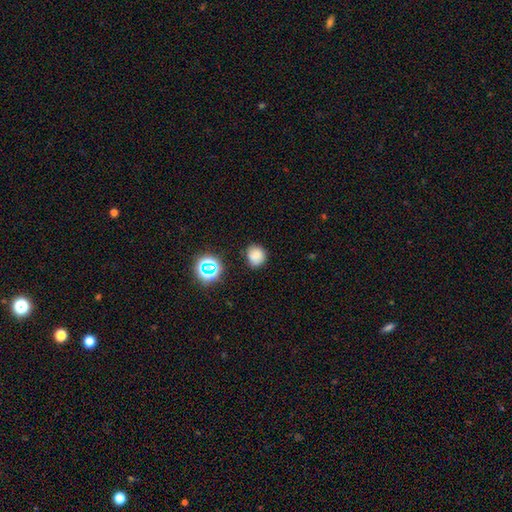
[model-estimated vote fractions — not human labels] A smooth galaxy with no disk features (77%) that is round (77%). Merging: none (77%).